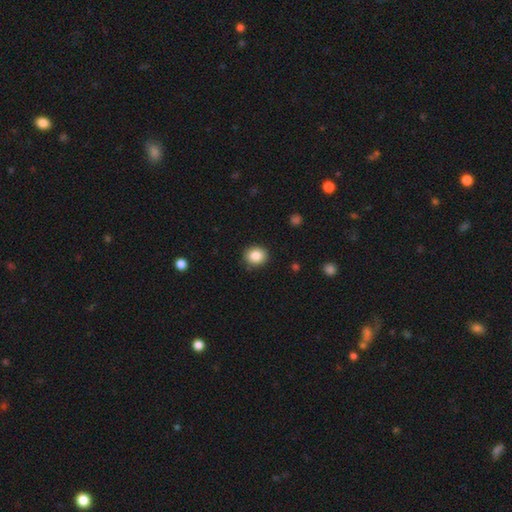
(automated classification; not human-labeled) Q: Smooth or featured?
A: smooth (85%); runner-up: star or artifact (9%)
Q: How rounded?
A: round (77%); runner-up: in between (22%)
Q: Merging?
A: none (89%); runner-up: minor disturbance (7%)